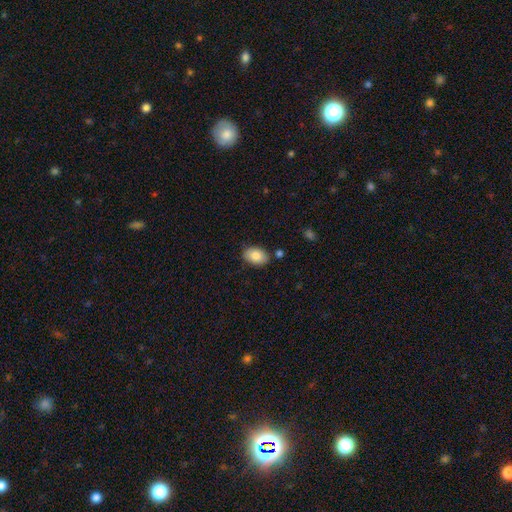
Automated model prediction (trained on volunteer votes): Smooth or featured?
  - smooth: 82% *
  - featured or disk: 11%
  - star or artifact: 7%
How rounded?
  - in between: 87% *
  - round: 12%
  - cigar-shaped: 1%
Merging?
  - none: 83% *
  - minor disturbance: 11%
  - merger: 4%
  - major disturbance: 2%